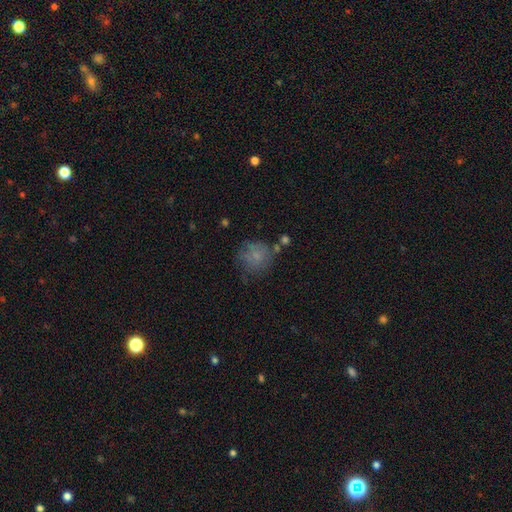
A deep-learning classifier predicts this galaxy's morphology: The model was most divided on "merging": none: 58%, minor disturbance: 23%, major disturbance: 12%, merger: 7%. More confident: how rounded — round (83%); smooth or featured — smooth (72%).